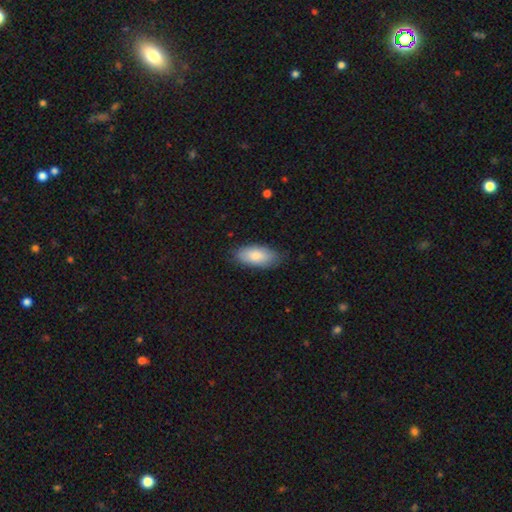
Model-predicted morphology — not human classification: Smooth or featured?
  - smooth: 84% *
  - featured or disk: 11%
  - star or artifact: 6%
How rounded?
  - in between: 91% *
  - cigar-shaped: 6%
  - round: 2%
Merging?
  - none: 82% *
  - minor disturbance: 15%
  - major disturbance: 3%
  - merger: 1%